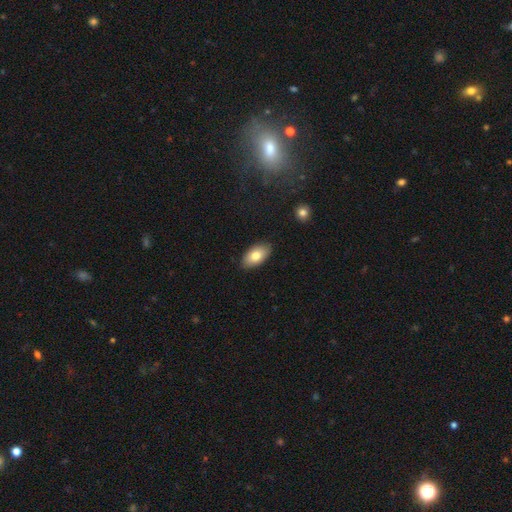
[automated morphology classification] Smooth or featured? Predicted: smooth (p=0.77). How rounded? Predicted: in between (p=0.94). Merging? Predicted: none (p=0.86).